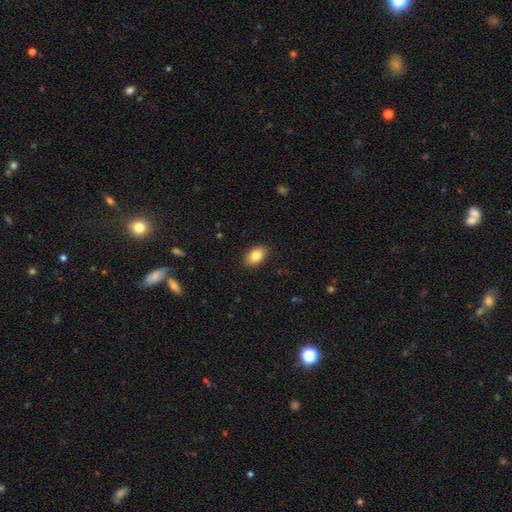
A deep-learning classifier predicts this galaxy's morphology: smooth 82%, featured or disk 11%, star or artifact 7%. Down the decision tree: how rounded — in between (90%); merging — none (89%).